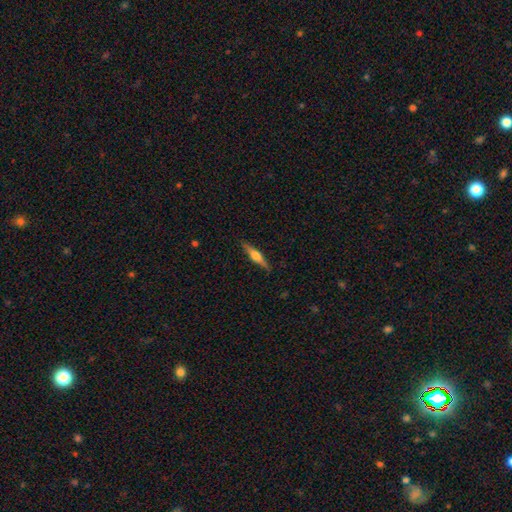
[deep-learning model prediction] A featured or disk galaxy (67%) viewed edge-on (97%) with a rounded central bulge (91%).

Vote fractions:
- Smooth or featured? featured or disk: 67% / smooth: 28% / star or artifact: 6%
- Edge-on disk? yes: 97% / no: 3%
- Edge-on bulge? rounded: 91% / boxy: 6% / none: 3%
- Merging? none: 89% / minor disturbance: 8% / major disturbance: 2% / merger: 1%